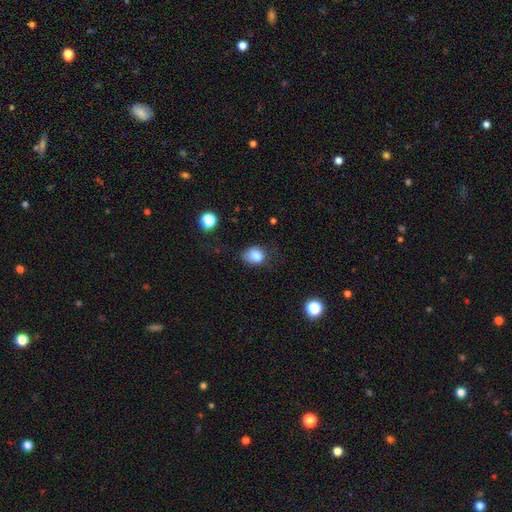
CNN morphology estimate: The model was most divided on "how rounded": round: 51%, in between: 48%, cigar-shaped: 1%. More confident: smooth or featured — smooth (83%); merging — none (52%).